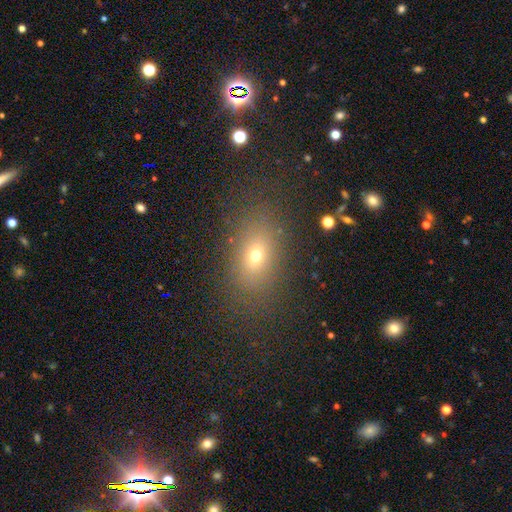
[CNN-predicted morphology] Q: Smooth or featured?
A: smooth (66%); runner-up: star or artifact (19%)
Q: How rounded?
A: in between (75%); runner-up: round (22%)
Q: Merging?
A: none (82%); runner-up: minor disturbance (10%)